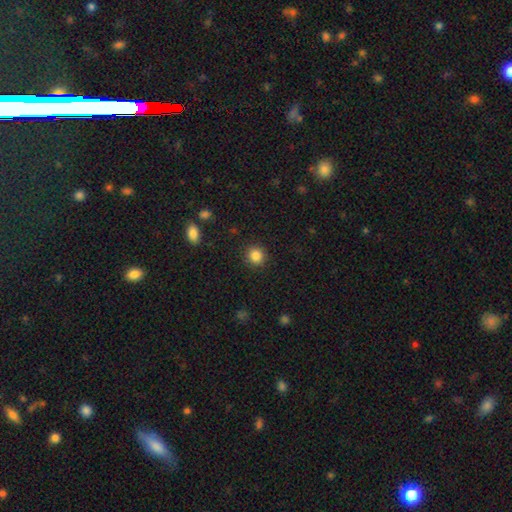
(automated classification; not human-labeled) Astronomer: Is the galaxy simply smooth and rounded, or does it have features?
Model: smooth — 86%.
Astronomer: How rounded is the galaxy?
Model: round — 90%.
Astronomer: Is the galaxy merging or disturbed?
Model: none — 91%.